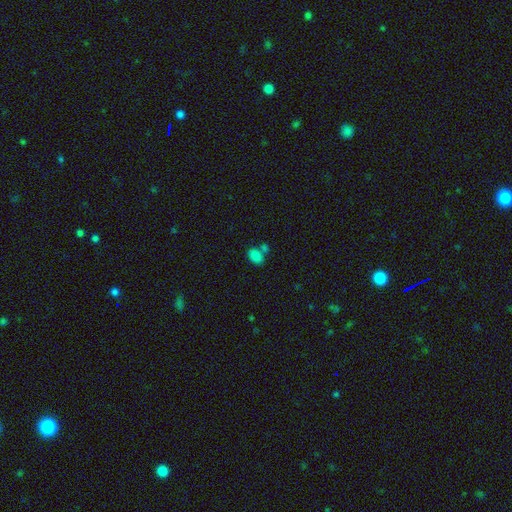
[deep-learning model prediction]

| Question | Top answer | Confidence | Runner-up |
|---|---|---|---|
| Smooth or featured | smooth | 83% | star or artifact (12%) |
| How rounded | in between | 82% | round (17%) |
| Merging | none | 51% | merger (33%) |